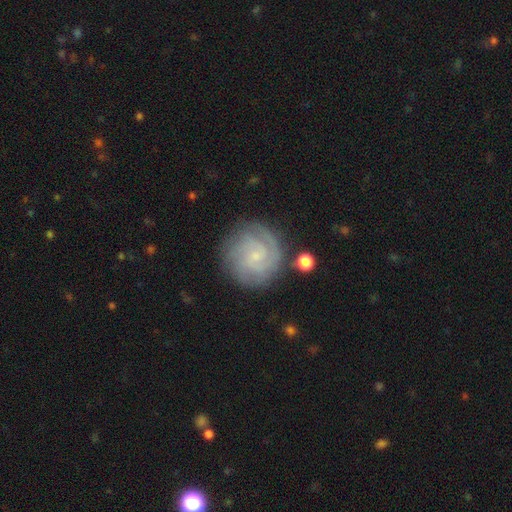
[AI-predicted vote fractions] Smooth or featured: featured or disk — 79% (smooth — 15%)
Edge-on disk: no — 98% (yes — 2%)
Bar: no — 63% (weak — 32%)
Spiral arms: yes — 96% (no — 4%)
Spiral winding: tight — 70% (medium — 25%)
Spiral arm count: 3 — 30% (can't tell — 24%)
Bulge size: small — 75% (none — 11%)
Merging: none — 80% (minor disturbance — 13%)